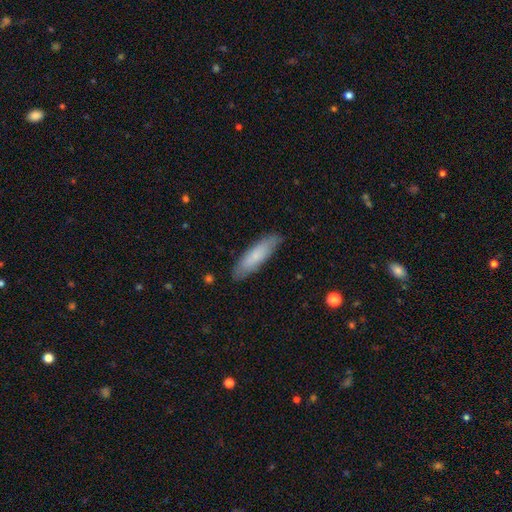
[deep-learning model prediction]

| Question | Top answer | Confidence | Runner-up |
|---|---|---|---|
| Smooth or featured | smooth | 74% | featured or disk (20%) |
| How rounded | cigar-shaped | 65% | in between (34%) |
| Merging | none | 85% | minor disturbance (12%) |